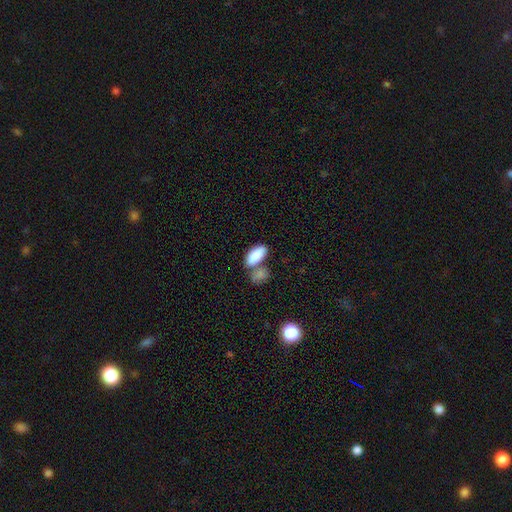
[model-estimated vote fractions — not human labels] Smooth or featured? smooth (87%)
How rounded? in between (90%)
Merging? none (43%)